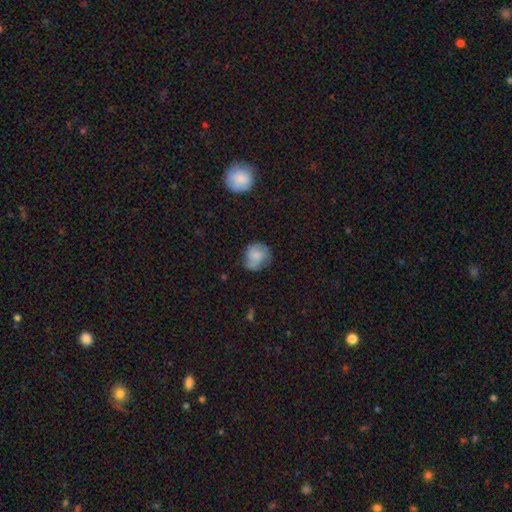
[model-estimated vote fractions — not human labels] smooth_or_featured: smooth (p=0.61) [alt: featured or disk p=0.30]
how_rounded: round (p=0.80) [alt: in between p=0.19]
merging: none (p=0.65) [alt: minor disturbance p=0.24]